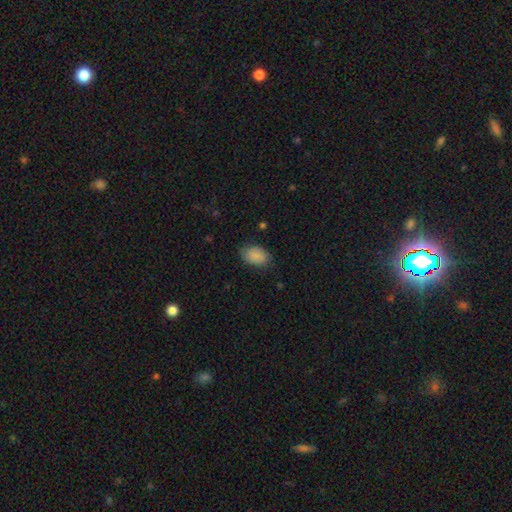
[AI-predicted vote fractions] Smooth or featured? smooth (87%)
How rounded? in between (85%)
Merging? none (77%)